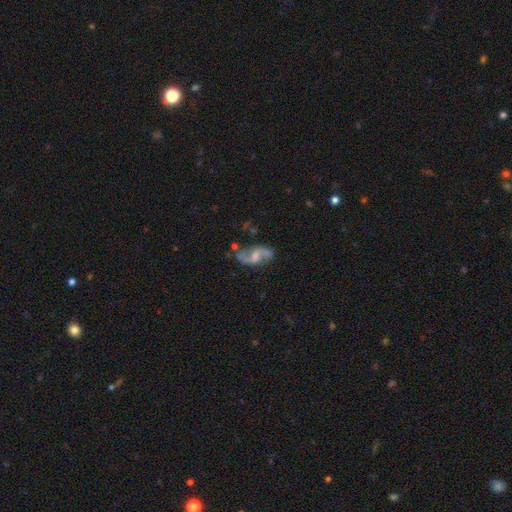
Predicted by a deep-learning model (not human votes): A featured or disk galaxy (80%) with a weak bar (50%), 2 (91%) loose (70%) spiral arms (92%) and a moderate central bulge (36%).

Vote fractions:
- Smooth or featured? featured or disk: 80% / smooth: 13% / star or artifact: 7%
- Edge-on disk? no: 96% / yes: 4%
- Bar? weak: 50% / no: 35% / strong: 15%
- Spiral arms? yes: 92% / no: 8%
- Spiral winding? loose: 70% / medium: 25% / tight: 5%
- Spiral arm count? 2: 91% / can't tell: 4% / 1: 2% / 3: 1% / 4: 1% / more than 4: 1%
- Bulge size? moderate: 36% / small: 30% / none: 24% / large: 8% / dominant: 1%
- Merging? none: 62% / minor disturbance: 19% / major disturbance: 10% / merger: 8%